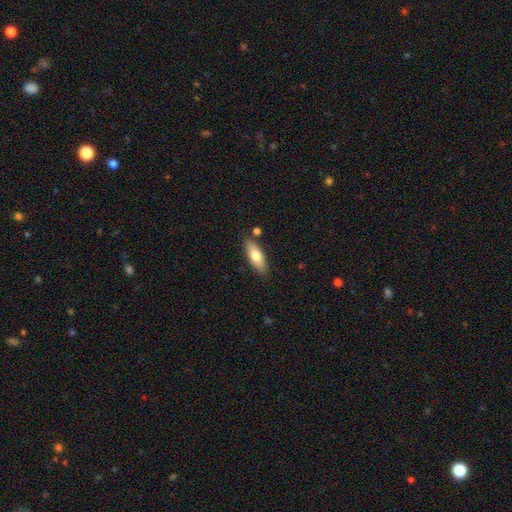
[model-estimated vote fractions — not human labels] Smooth or featured? Predicted: smooth (p=0.73). How rounded? Predicted: in between (p=0.63). Merging? Predicted: none (p=0.83).